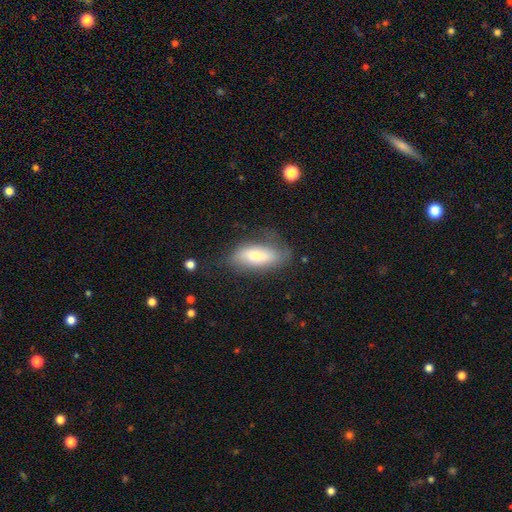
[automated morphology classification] smooth 61%, featured or disk 32%, star or artifact 7%. Down the decision tree: how rounded — in between (77%); merging — none (61%).